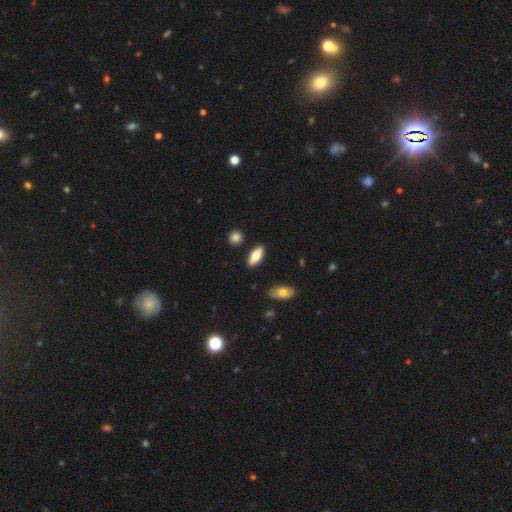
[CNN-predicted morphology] A smooth galaxy with no disk features (70%) that is in between round and cigar-shaped (75%). Merging: none (87%).